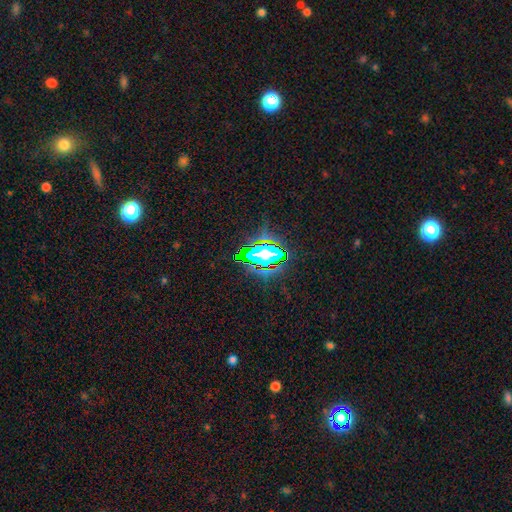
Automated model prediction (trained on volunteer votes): Q: Smooth or featured?
A: star or artifact (81%); runner-up: smooth (12%)